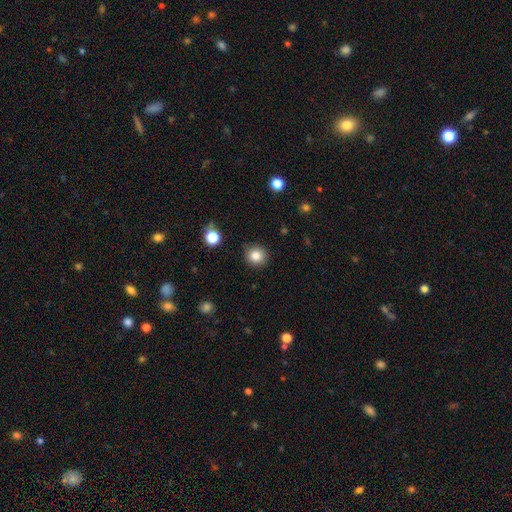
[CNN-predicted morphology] The model was most divided on "smooth or featured": smooth: 83%, star or artifact: 11%, featured or disk: 6%. More confident: how rounded — round (93%); merging — none (89%).